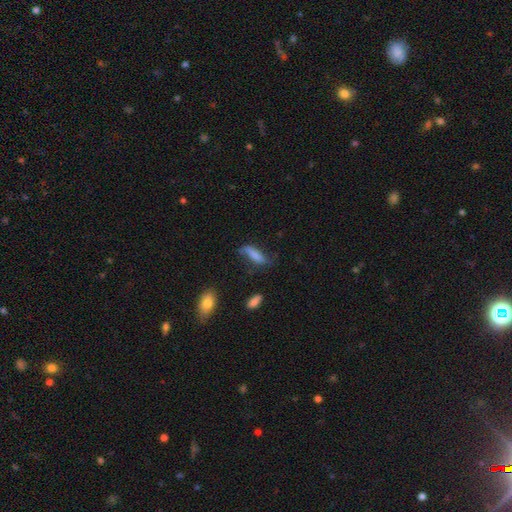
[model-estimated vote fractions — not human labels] Smooth or featured? Predicted: smooth (p=0.73). How rounded? Predicted: cigar-shaped (p=0.58). Merging? Predicted: none (p=0.48).